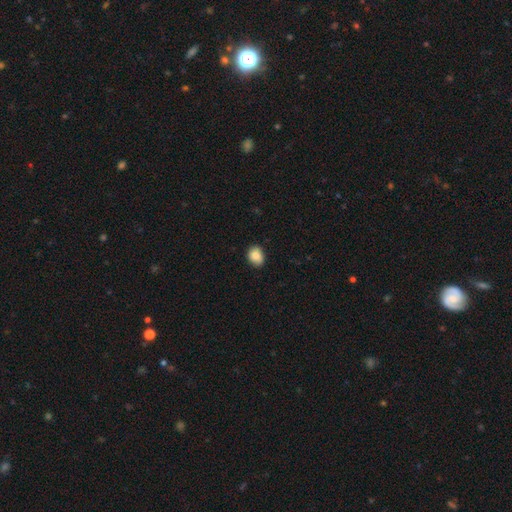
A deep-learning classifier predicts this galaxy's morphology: This is clearly a smooth galaxy (88%). How rounded: possibly in between (60%). Merging: clearly none (83%).